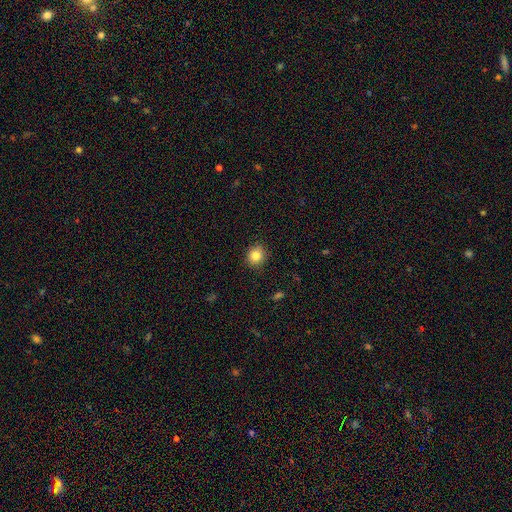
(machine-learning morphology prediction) smooth-or-featured: smooth: 84% | star or artifact: 10% | featured or disk: 6%
  how-rounded: round: 82% | in between: 17% | cigar-shaped: 1%
  merging: none: 89% | minor disturbance: 8% | major disturbance: 2% | merger: 1%